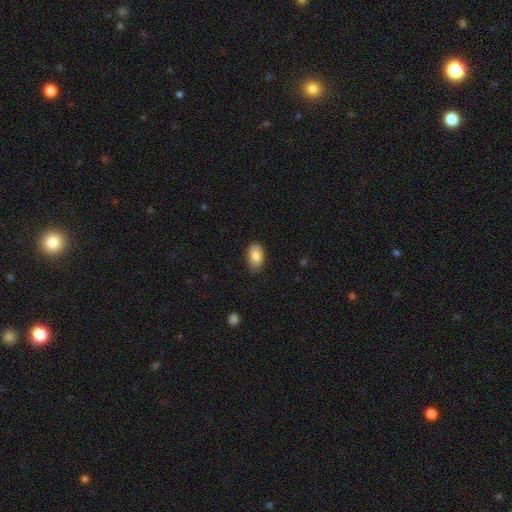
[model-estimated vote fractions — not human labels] smooth-or-featured: smooth: 84% | featured or disk: 9% | star or artifact: 7%
  how-rounded: in between: 91% | round: 7% | cigar-shaped: 1%
  merging: none: 80% | minor disturbance: 16% | major disturbance: 3% | merger: 1%